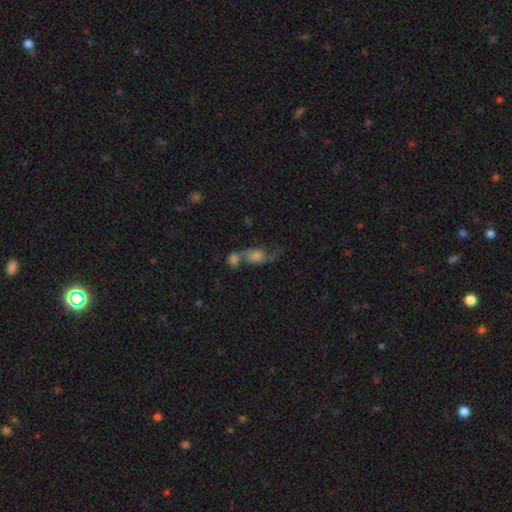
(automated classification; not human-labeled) A featured or disk galaxy (54%).

Vote fractions:
- Smooth or featured? featured or disk: 54% / smooth: 31% / star or artifact: 15%
- Edge-on disk? no: 91% / yes: 9%
- Merging? merger: 47% / none: 29% / major disturbance: 12% / minor disturbance: 12%